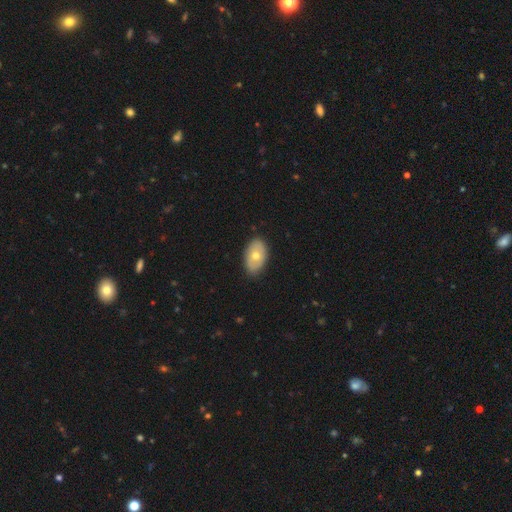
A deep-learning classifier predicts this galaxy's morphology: Smooth or featured? smooth (60%)
How rounded? in between (90%)
Merging? none (85%)